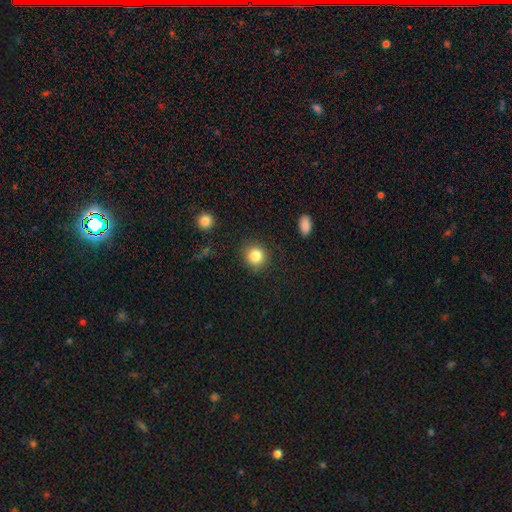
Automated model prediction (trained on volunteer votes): Smooth or featured?
  - smooth: 85% *
  - star or artifact: 10%
  - featured or disk: 5%
How rounded?
  - round: 85% *
  - in between: 14%
  - cigar-shaped: 1%
Merging?
  - none: 86% *
  - minor disturbance: 9%
  - major disturbance: 3%
  - merger: 2%